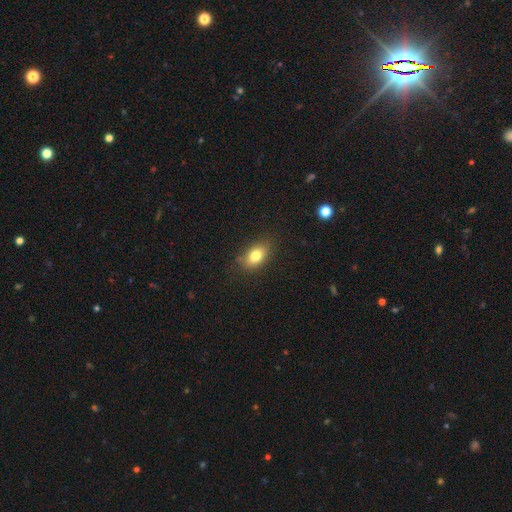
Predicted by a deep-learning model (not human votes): This appears to be a smooth galaxy with no disk features (79%) that is in between round and cigar-shaped (83%). Merging: none (81%).